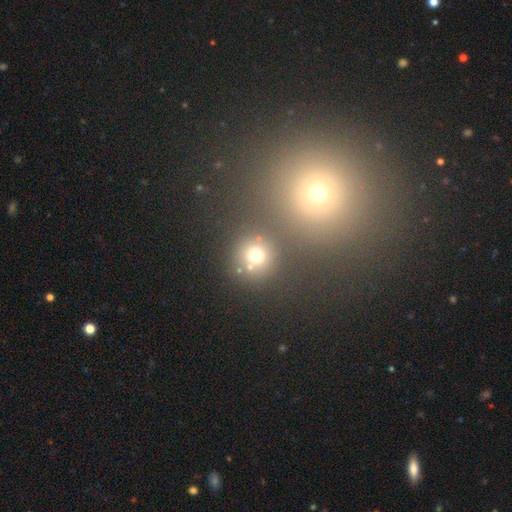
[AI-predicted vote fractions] Smooth or featured: smooth — 68% (star or artifact — 23%)
How rounded: round — 89% (in between — 10%)
Merging: none — 70% (merger — 17%)